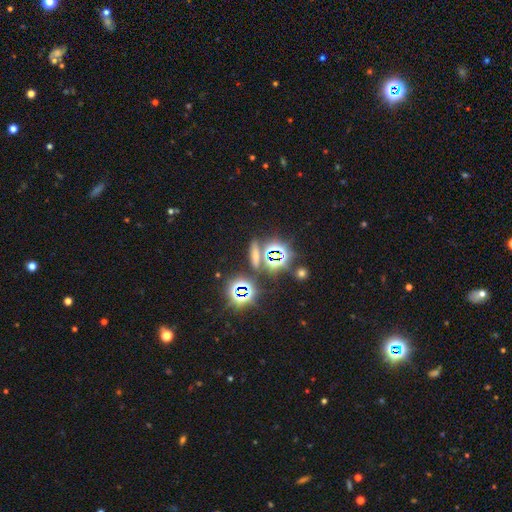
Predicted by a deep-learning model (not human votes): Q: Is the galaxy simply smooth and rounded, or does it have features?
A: star or artifact — 53%.